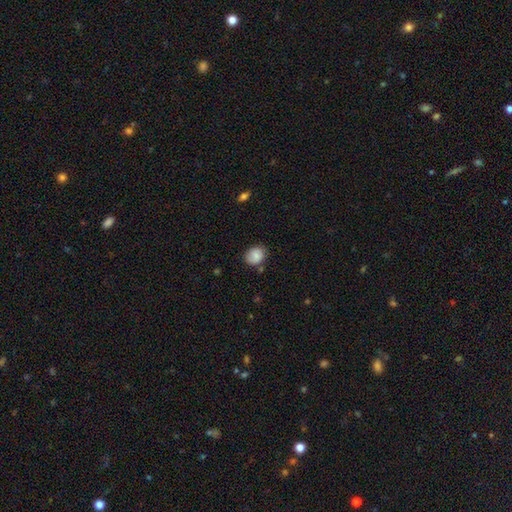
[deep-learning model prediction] This appears to be a smooth galaxy with no disk features (82%) that is round (54%). Merging: none (73%).